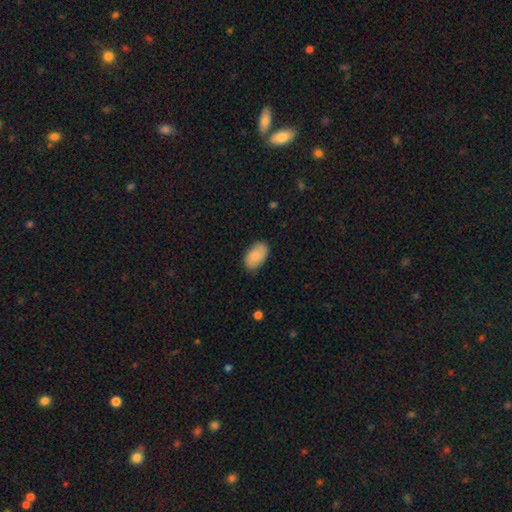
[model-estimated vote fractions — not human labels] Smooth or featured? Predicted: smooth (p=0.83). How rounded? Predicted: in between (p=0.94). Merging? Predicted: none (p=0.80).